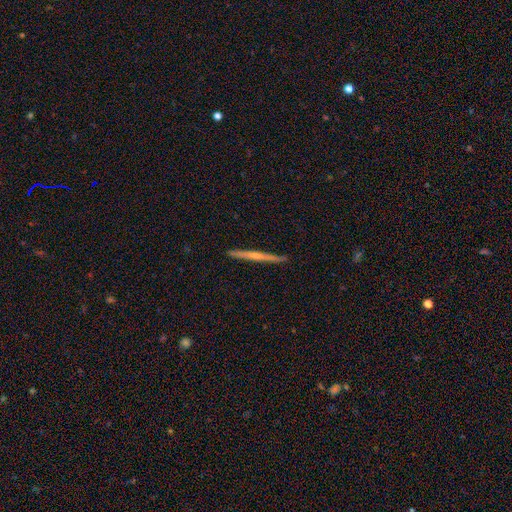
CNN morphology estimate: Overall: featured or disk (65%; smooth 29%). Edge-on disk: yes (98%). Edge-on bulge: rounded (58%; none 37%). Merging: none (91%).